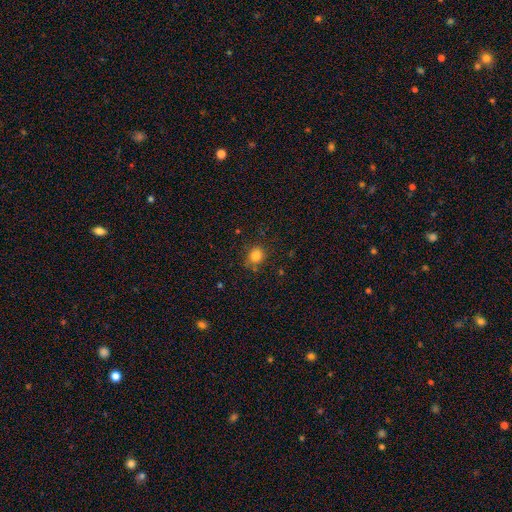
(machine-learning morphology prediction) type=smooth (82%); roundness=round (81%); merging=none (79%).